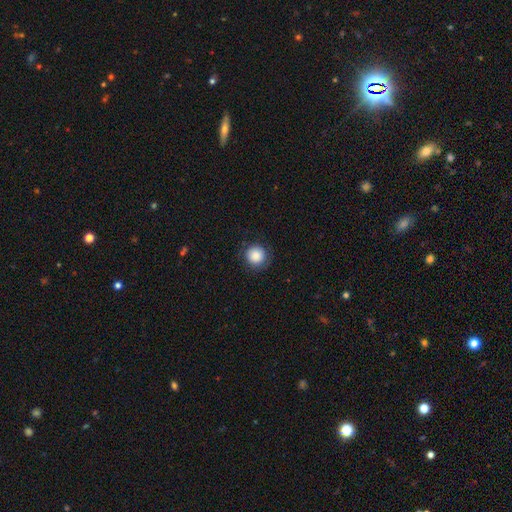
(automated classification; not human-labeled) smooth-or-featured: smooth: 87% | star or artifact: 8% | featured or disk: 5%
  how-rounded: round: 94% | in between: 5% | cigar-shaped: 1%
  merging: none: 87% | minor disturbance: 9% | major disturbance: 3% | merger: 1%